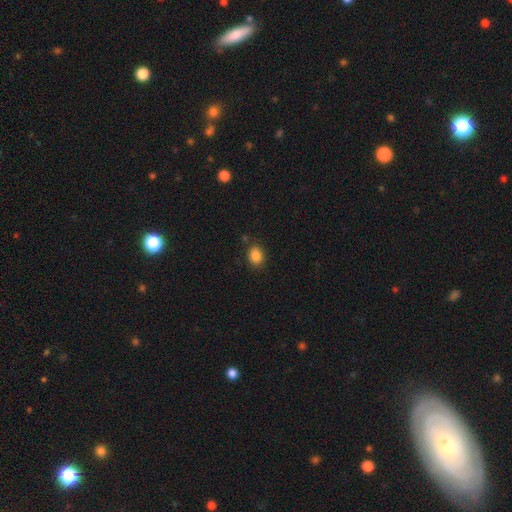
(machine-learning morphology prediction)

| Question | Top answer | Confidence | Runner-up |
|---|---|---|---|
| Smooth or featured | smooth | 86% | star or artifact (10%) |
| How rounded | in between | 59% | round (40%) |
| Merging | none | 84% | minor disturbance (11%) |